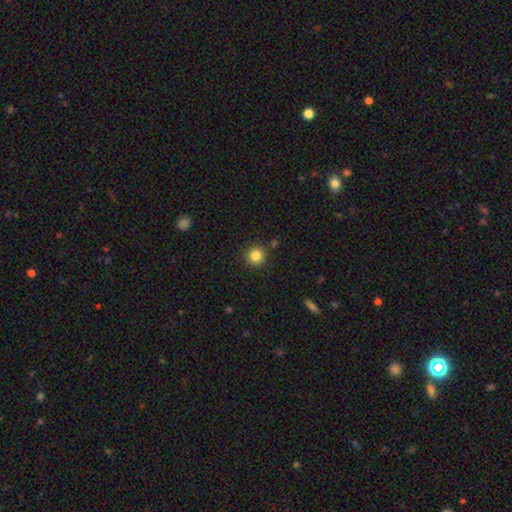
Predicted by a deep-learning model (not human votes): smooth_or_featured: smooth (p=0.84) [alt: star or artifact p=0.11]
how_rounded: round (p=0.94) [alt: in between p=0.05]
merging: none (p=0.89) [alt: minor disturbance p=0.06]